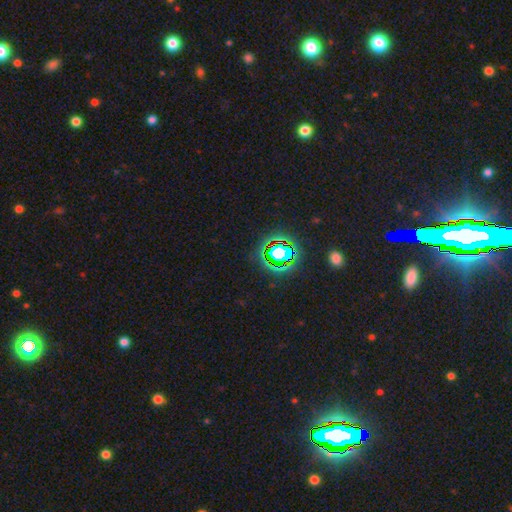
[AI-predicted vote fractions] Smooth or featured: star or artifact — 79% (smooth — 11%)